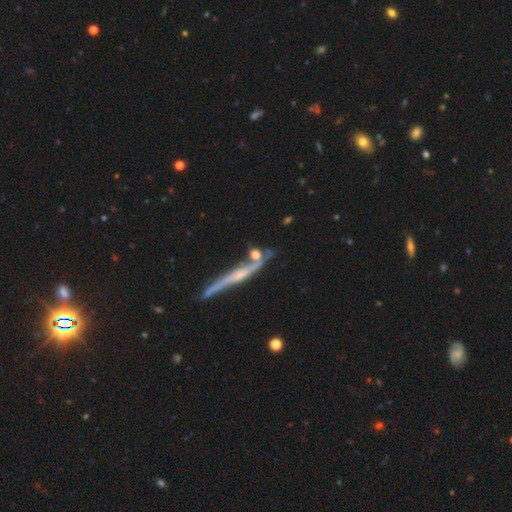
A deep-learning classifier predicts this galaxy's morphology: This is possibly a smooth galaxy (51%). How rounded: marginally round (44%). Merging: possibly none (51%).